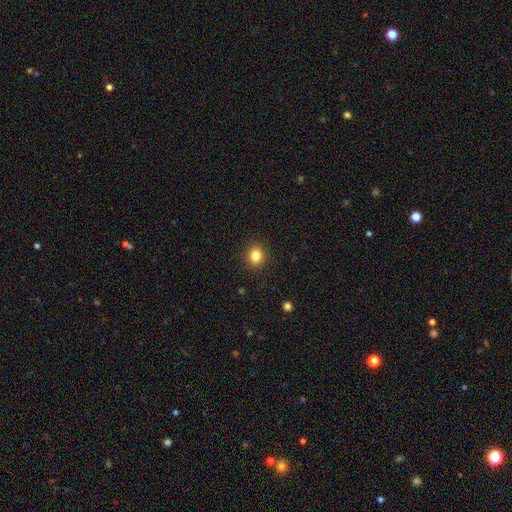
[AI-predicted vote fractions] Overall: smooth (83%). How rounded: round (71%). Merging: none (90%).